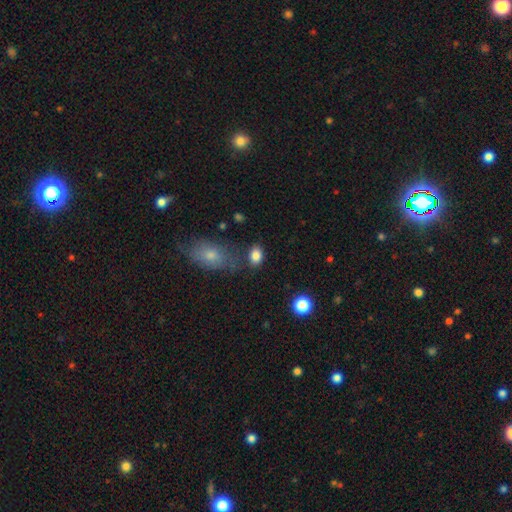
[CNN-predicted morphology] This appears to be a smooth galaxy with no disk features (85%) that is in between round and cigar-shaped (75%). Merging: none (72%).